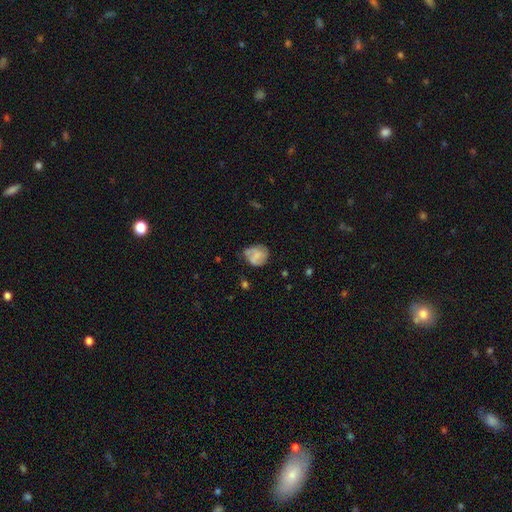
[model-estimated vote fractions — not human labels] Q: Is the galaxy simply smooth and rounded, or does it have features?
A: smooth — 49%.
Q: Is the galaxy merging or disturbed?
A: none — 51%.